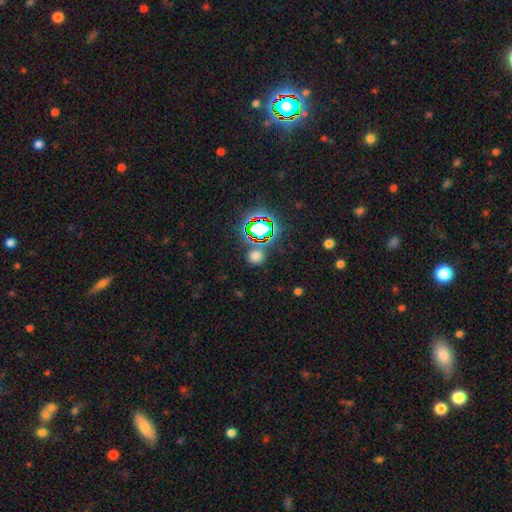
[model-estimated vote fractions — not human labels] smooth_or_featured: smooth (p=0.59) [alt: star or artifact p=0.34]
how_rounded: round (p=0.88) [alt: in between p=0.11]
merging: none (p=0.79) [alt: minor disturbance p=0.10]